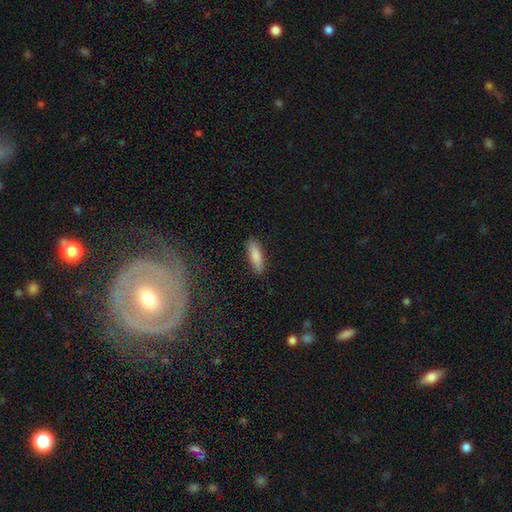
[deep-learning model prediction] Smooth or featured? Predicted: smooth (p=0.85). How rounded? Predicted: cigar-shaped (p=0.51). Merging? Predicted: none (p=0.87).